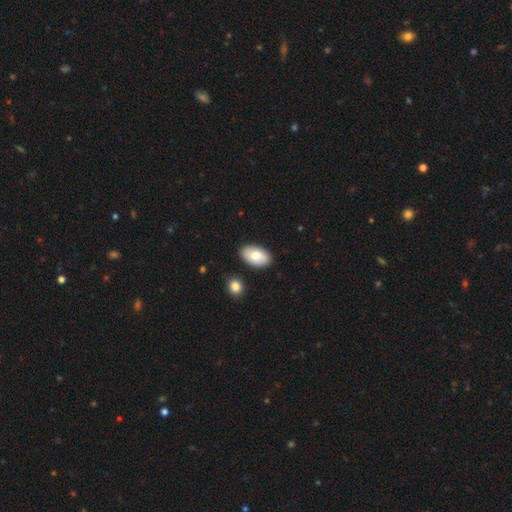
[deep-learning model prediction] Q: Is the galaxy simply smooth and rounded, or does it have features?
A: smooth — 80%.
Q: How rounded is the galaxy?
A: in between — 95%.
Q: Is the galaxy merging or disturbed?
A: none — 87%.